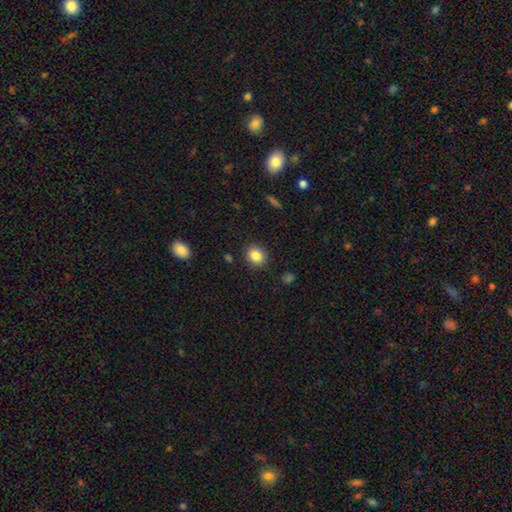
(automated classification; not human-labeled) Smooth or featured? Predicted: smooth (p=0.84). How rounded? Predicted: round (p=0.64). Merging? Predicted: none (p=0.88).